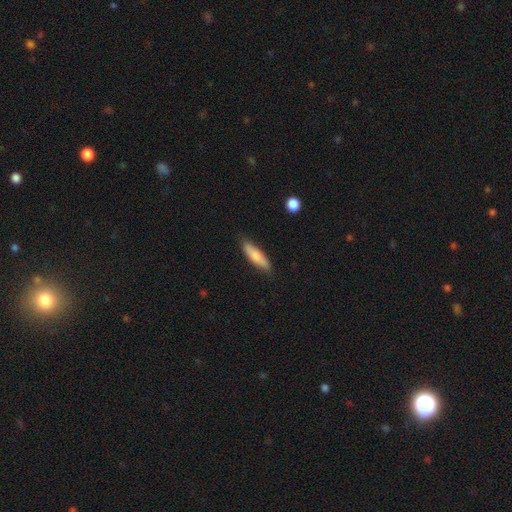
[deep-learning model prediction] smooth_or_featured: smooth (p=0.74) [alt: featured or disk p=0.21]
how_rounded: cigar-shaped (p=0.63) [alt: in between p=0.35]
merging: none (p=0.83) [alt: minor disturbance p=0.13]